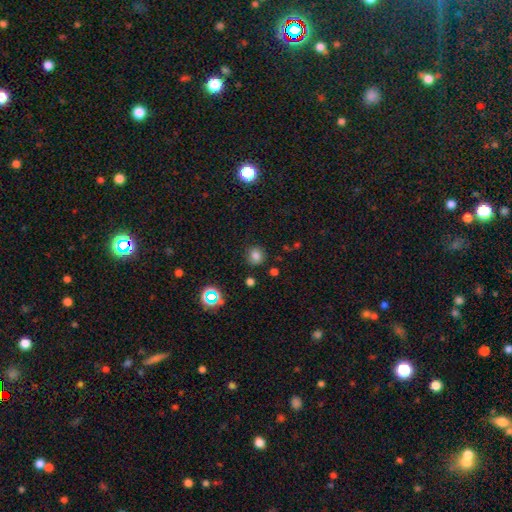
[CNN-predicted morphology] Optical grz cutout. It shows a smooth galaxy with no disk features (76%) that is round (85%). Merging: none (84%).